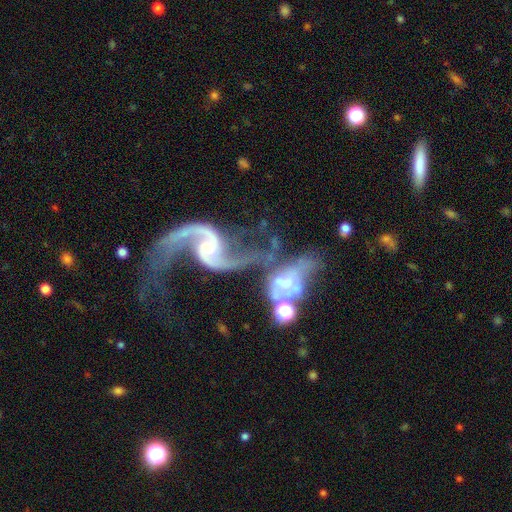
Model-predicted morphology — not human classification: Smooth or featured: featured or disk — 87% (star or artifact — 7%)
Edge-on disk: no — 96% (yes — 4%)
Bar: no — 42% (tied with weak — 42%)
Spiral arms: yes — 93% (no — 7%)
Spiral winding: loose — 76% (medium — 19%)
Spiral arm count: 2 — 89% (1 — 4%)
Bulge size: small — 50% (moderate — 26%)
Merging: merger — 46% (none — 25%)